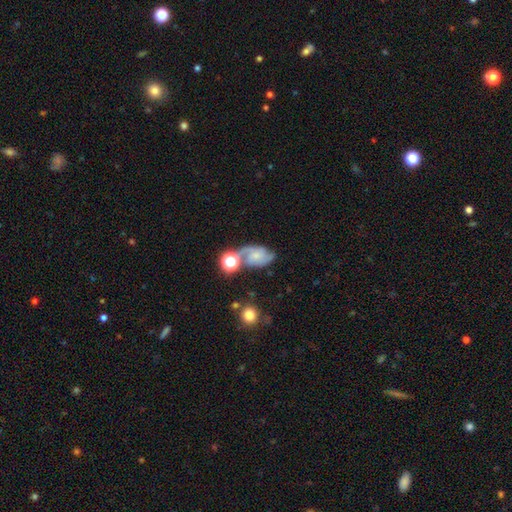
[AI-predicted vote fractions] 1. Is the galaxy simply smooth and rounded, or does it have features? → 76% featured or disk, 15% smooth, 9% star or artifact.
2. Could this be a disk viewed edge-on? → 97% no, 3% yes.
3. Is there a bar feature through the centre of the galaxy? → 63% no, 31% weak, 7% strong.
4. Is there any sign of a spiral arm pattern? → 95% yes, 5% no.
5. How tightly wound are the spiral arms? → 49% medium, 31% loose, 20% tight.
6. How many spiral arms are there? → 83% 2, 6% can't tell, 5% 3, 3% 1, 1% 4, 1% more than 4.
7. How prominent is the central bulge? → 58% small, 22% moderate, 15% none, 3% large, 2% dominant.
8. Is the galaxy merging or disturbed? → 49% none, 20% merger, 20% minor disturbance, 11% major disturbance.